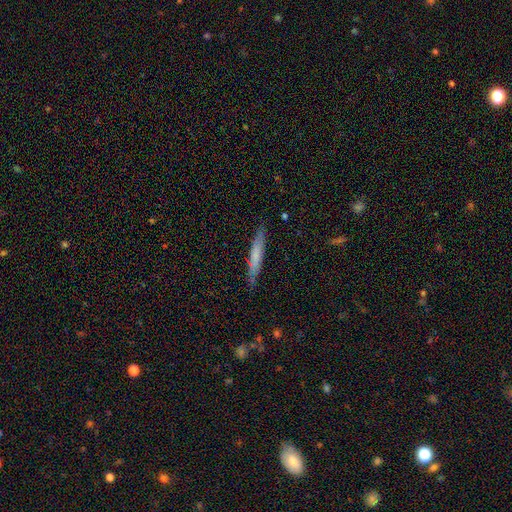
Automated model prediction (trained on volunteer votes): A smooth galaxy with no disk features (63%) that is cigar-shaped (92%). Merging: none (85%).